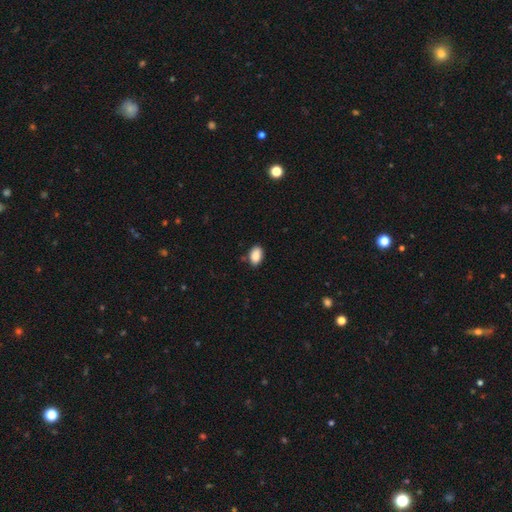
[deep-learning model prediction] Smooth or featured: smooth — 88% (star or artifact — 8%)
How rounded: in between — 91% (round — 8%)
Merging: none — 80% (minor disturbance — 15%)